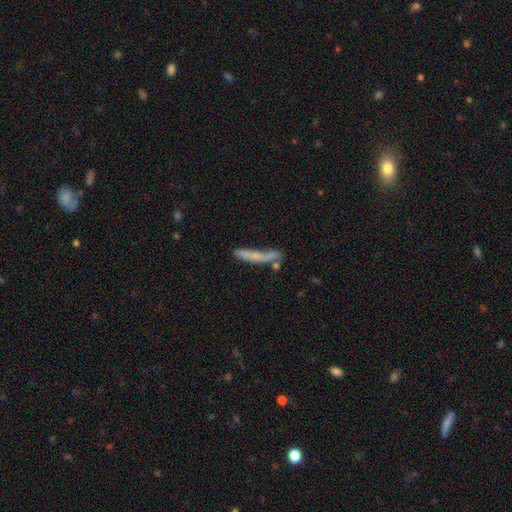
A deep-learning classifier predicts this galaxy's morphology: type=smooth (50%); roundness=cigar-shaped (89%); merging=none (47%).